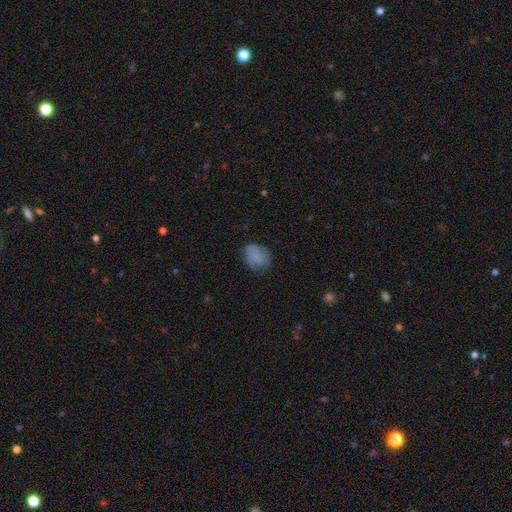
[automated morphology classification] Smooth or featured? Predicted: smooth (p=0.81). How rounded? Predicted: in between (p=0.52). Merging? Predicted: none (p=0.70).